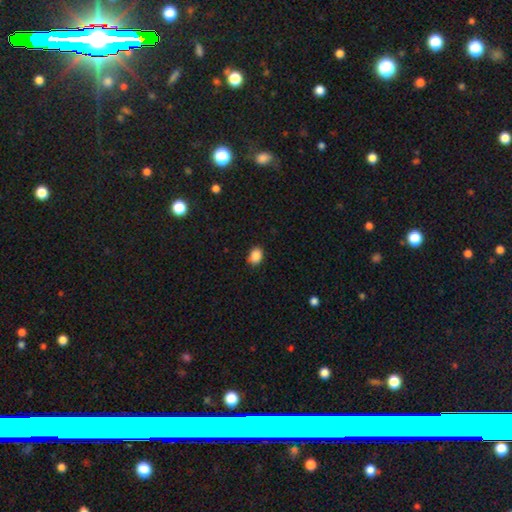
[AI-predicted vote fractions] smooth_or_featured: smooth (p=0.87) [alt: star or artifact p=0.09]
how_rounded: in between (p=0.59) [alt: round p=0.40]
merging: none (p=0.84) [alt: minor disturbance p=0.12]